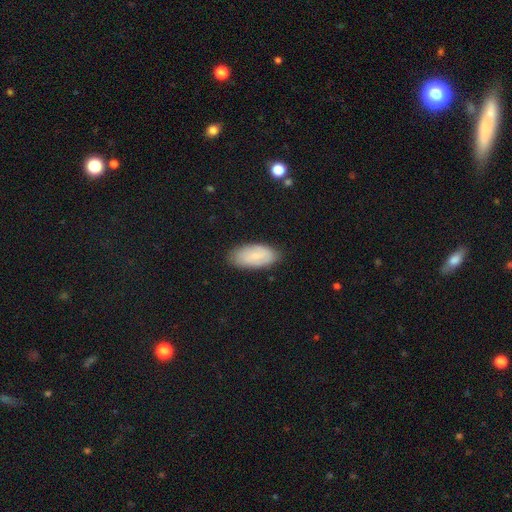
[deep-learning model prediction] smooth-or-featured: smooth: 70% | featured or disk: 23% | star or artifact: 7%
  how-rounded: in between: 92% | cigar-shaped: 5% | round: 2%
  merging: none: 80% | minor disturbance: 16% | major disturbance: 3% | merger: 1%